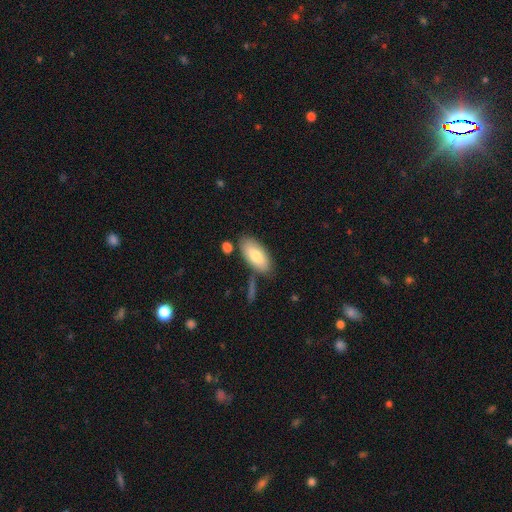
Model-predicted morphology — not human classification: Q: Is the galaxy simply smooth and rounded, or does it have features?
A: smooth — 78%.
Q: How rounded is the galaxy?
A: in between — 92%.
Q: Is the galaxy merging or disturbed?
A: none — 75%.